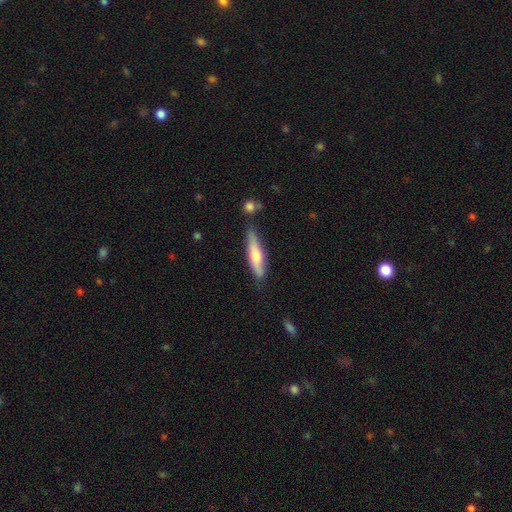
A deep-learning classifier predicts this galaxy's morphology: Q: Smooth or featured?
A: smooth (53%); runner-up: featured or disk (41%)
Q: How rounded?
A: cigar-shaped (82%); runner-up: in between (16%)
Q: Merging?
A: none (75%); runner-up: minor disturbance (17%)